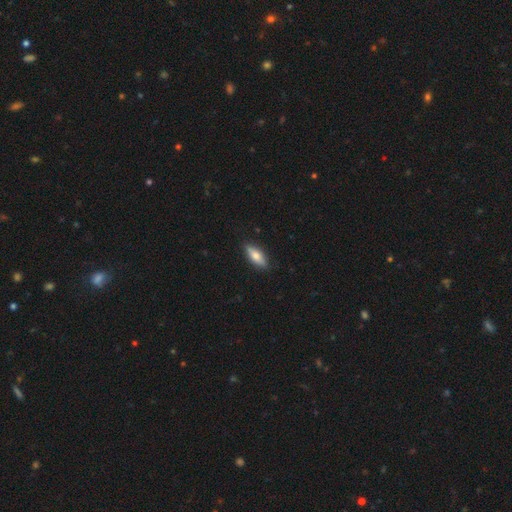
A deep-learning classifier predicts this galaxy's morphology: type=smooth (74%); roundness=in between (68%); merging=none (88%).